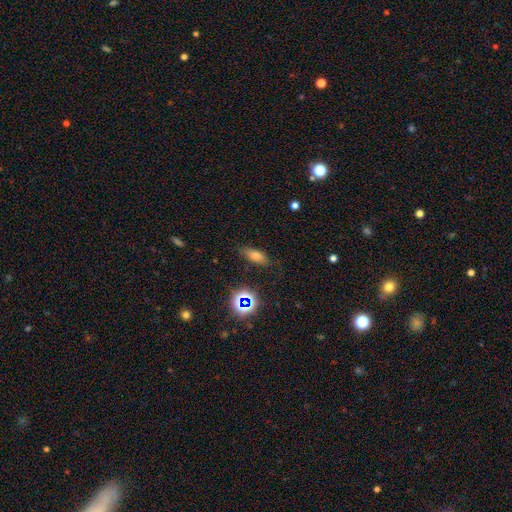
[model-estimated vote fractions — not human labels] smooth-or-featured: smooth: 66% | star or artifact: 18% | featured or disk: 16%
  how-rounded: in between: 65% | cigar-shaped: 29% | round: 6%
  merging: none: 81% | minor disturbance: 13% | major disturbance: 4% | merger: 2%